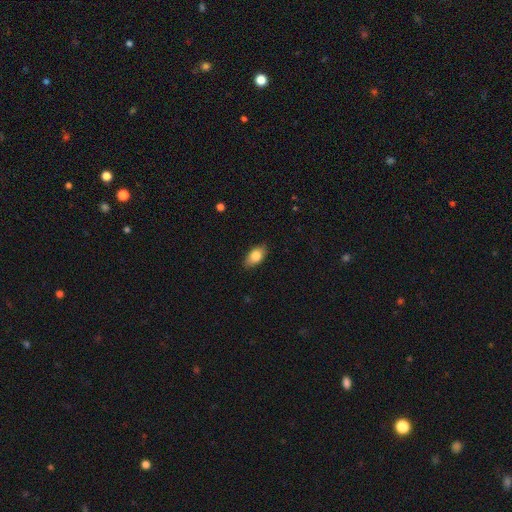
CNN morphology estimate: This appears to be a smooth galaxy with no disk features (81%) that is in between round and cigar-shaped (89%). Merging: none (85%).